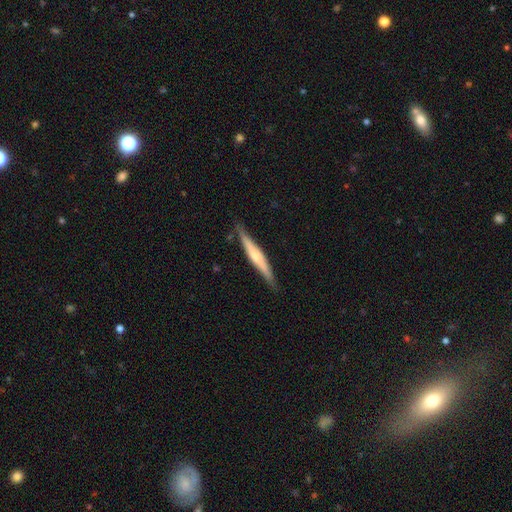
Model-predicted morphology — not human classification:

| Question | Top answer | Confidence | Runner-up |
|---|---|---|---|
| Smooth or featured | featured or disk | 57% | smooth (37%) |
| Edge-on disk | yes | 95% | no (5%) |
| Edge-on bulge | rounded | 62% | none (24%) |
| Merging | none | 86% | minor disturbance (11%) |